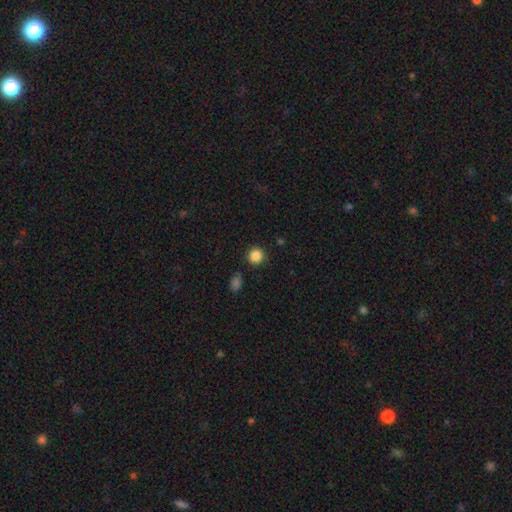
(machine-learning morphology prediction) type=smooth (86%); roundness=round (92%); merging=none (88%).